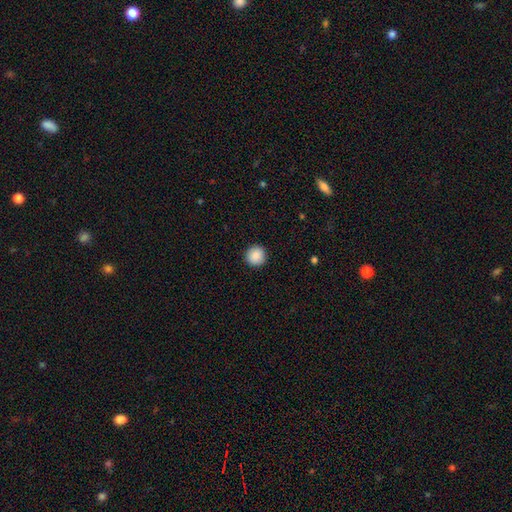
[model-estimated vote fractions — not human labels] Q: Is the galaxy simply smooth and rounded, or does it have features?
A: smooth — 89%.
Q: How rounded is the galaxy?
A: round — 95%.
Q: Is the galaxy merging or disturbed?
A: none — 93%.